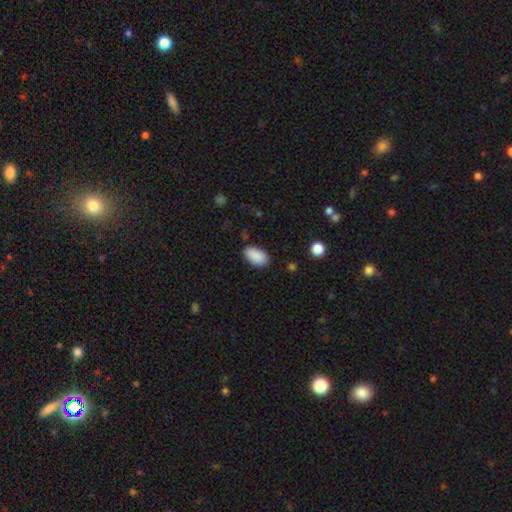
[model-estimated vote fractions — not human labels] This appears to be a smooth galaxy with no disk features (90%) that is in between round and cigar-shaped (94%). Merging: none (85%).